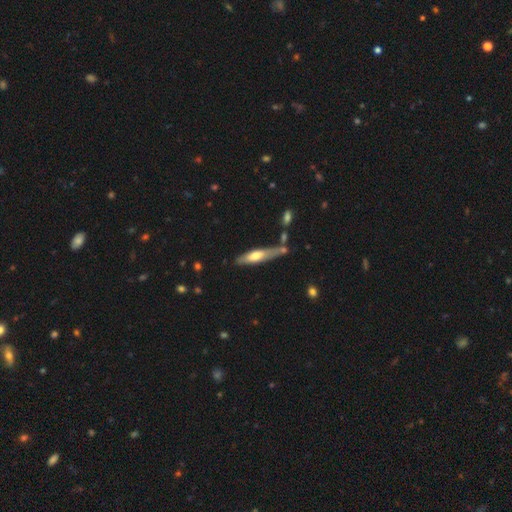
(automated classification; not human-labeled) Smooth or featured?
  - smooth: 52% *
  - featured or disk: 42%
  - star or artifact: 6%
How rounded?
  - cigar-shaped: 78% *
  - in between: 21%
  - round: 2%
Merging?
  - none: 59% *
  - minor disturbance: 23%
  - merger: 11%
  - major disturbance: 7%